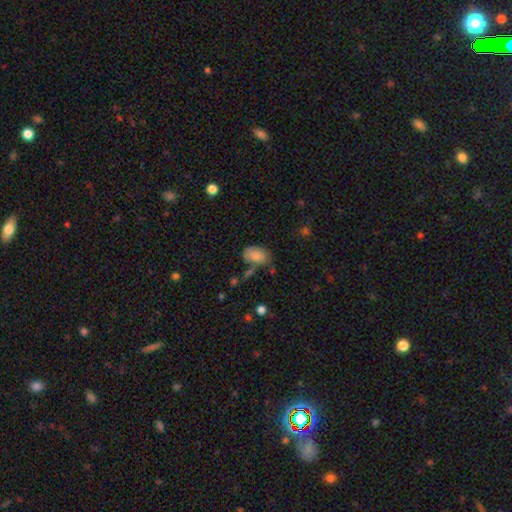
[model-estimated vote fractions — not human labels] Smooth or featured? smooth (81%)
How rounded? in between (89%)
Merging? none (50%)